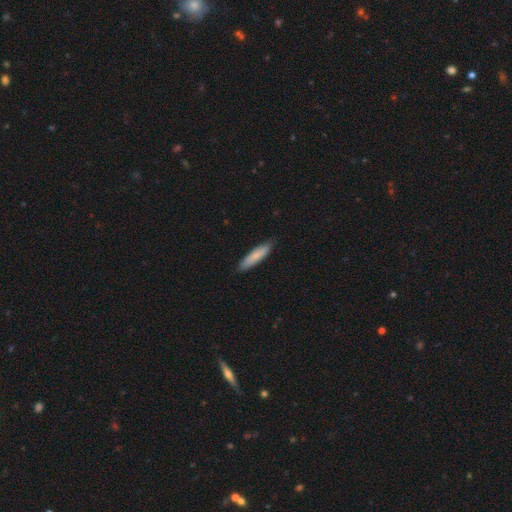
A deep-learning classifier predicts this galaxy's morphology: Smooth or featured: smooth — 77% (featured or disk — 18%)
How rounded: cigar-shaped — 78% (in between — 20%)
Merging: none — 86% (minor disturbance — 12%)